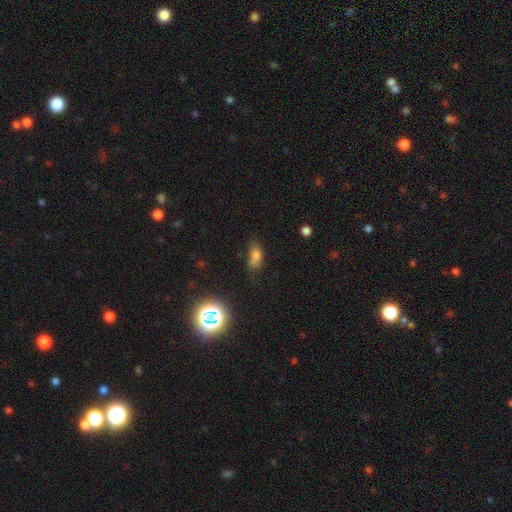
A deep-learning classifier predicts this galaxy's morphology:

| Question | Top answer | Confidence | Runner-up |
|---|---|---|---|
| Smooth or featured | smooth | 67% | star or artifact (20%) |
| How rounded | in between | 78% | cigar-shaped (12%) |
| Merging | none | 45% | minor disturbance (30%) |